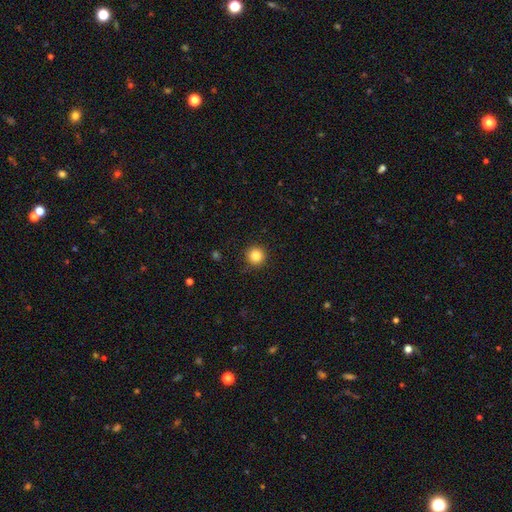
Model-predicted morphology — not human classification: This is clearly a smooth galaxy (85%). How rounded: clearly round (96%). Merging: clearly none (91%).